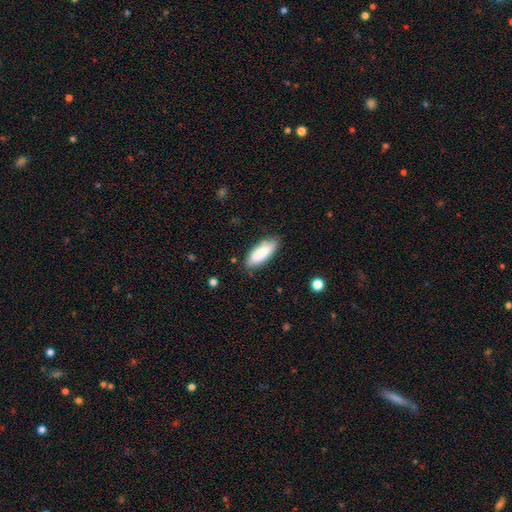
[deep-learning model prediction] This is clearly a smooth galaxy (85%). How rounded: likely in between (75%). Merging: clearly none (81%).